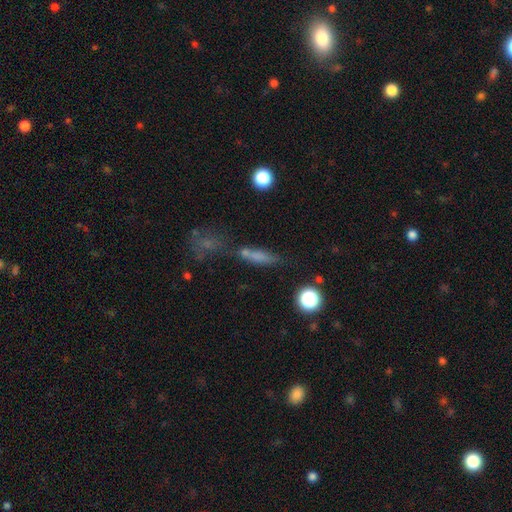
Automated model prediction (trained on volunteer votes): smooth 64%, featured or disk 20%, star or artifact 17%. Down the decision tree: how rounded — cigar-shaped (64%); merging — none (52%).